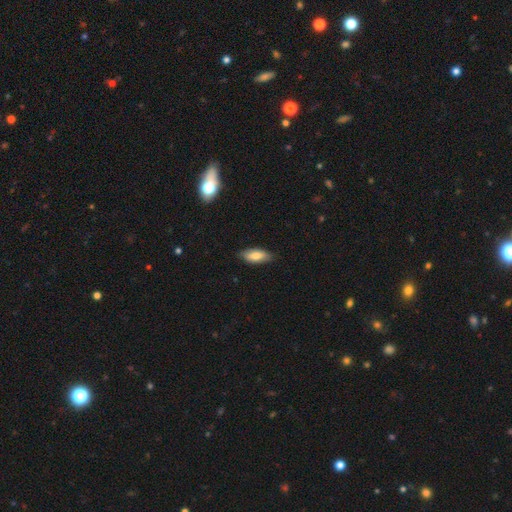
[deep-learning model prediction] This appears to be a smooth galaxy with no disk features (77%) that is in between round and cigar-shaped (81%). Merging: none (83%).